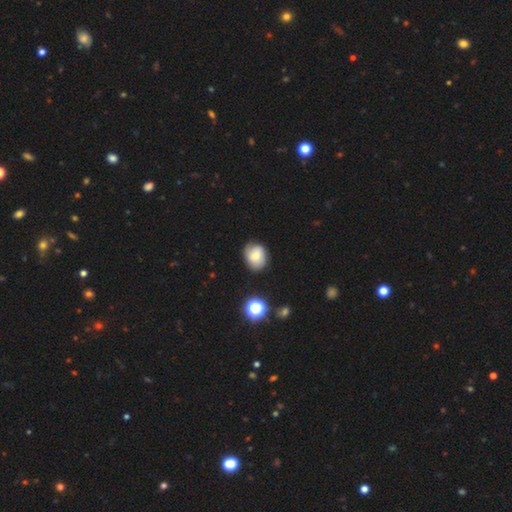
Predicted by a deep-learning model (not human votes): smooth_or_featured: smooth (p=0.68) [alt: featured or disk p=0.21]
how_rounded: round (p=0.61) [alt: in between p=0.38]
merging: none (p=0.75) [alt: minor disturbance p=0.19]